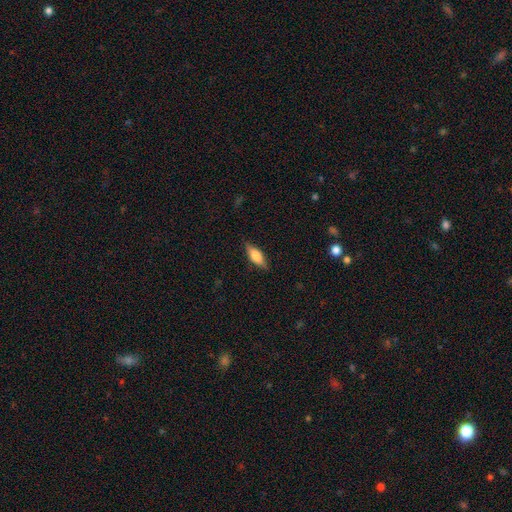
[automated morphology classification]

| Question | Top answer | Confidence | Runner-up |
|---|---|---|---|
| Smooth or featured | smooth | 66% | featured or disk (27%) |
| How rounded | in between | 68% | cigar-shaped (29%) |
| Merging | none | 83% | minor disturbance (13%) |